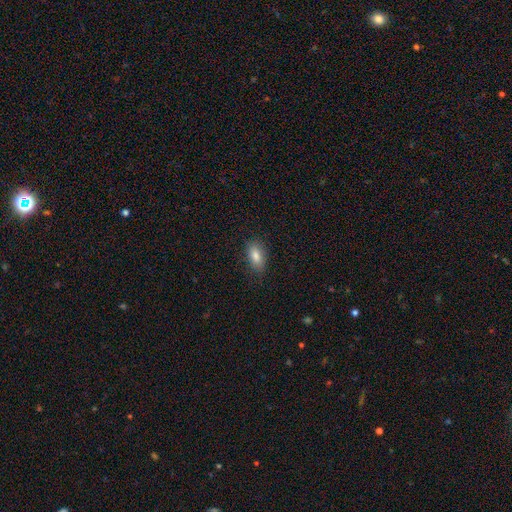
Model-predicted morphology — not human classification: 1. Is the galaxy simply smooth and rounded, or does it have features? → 82% smooth, 9% featured or disk, 8% star or artifact.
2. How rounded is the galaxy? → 88% in between, 6% round, 5% cigar-shaped.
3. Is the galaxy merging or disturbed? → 83% none, 13% minor disturbance, 3% major disturbance, 1% merger.